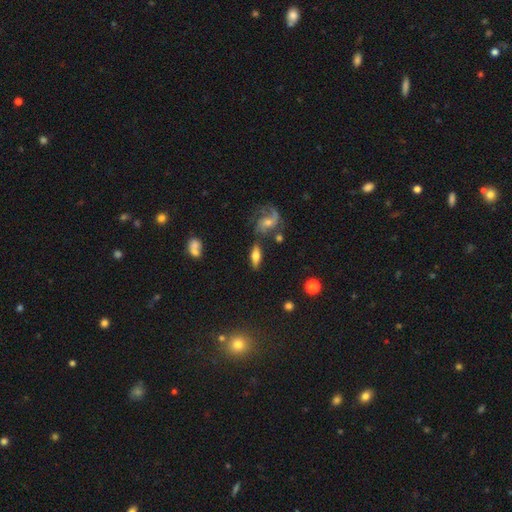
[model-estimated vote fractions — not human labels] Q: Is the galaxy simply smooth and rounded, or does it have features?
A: smooth — 53%.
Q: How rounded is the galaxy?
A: in between — 66%.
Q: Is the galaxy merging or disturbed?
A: none — 72%.